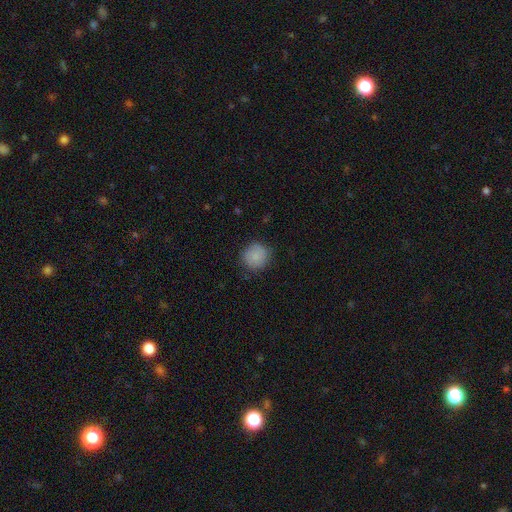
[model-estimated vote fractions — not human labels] This appears to be a smooth galaxy with no disk features (86%) that is round (91%). Merging: none (81%).